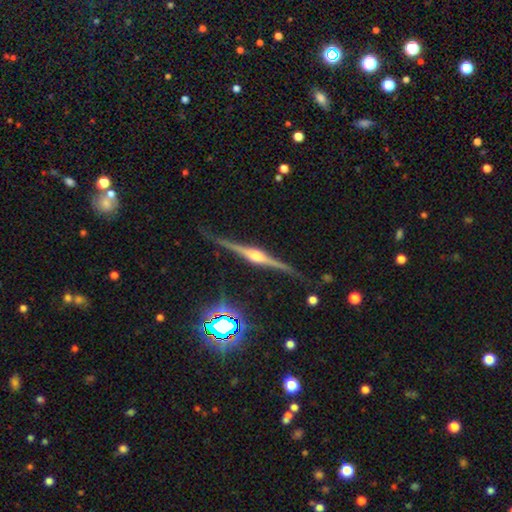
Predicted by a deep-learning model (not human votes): The model was most divided on "merging": none: 87%, minor disturbance: 9%, major disturbance: 2%, merger: 1%. More confident: edge-on disk — yes (98%); edge-on bulge — rounded (90%); smooth or featured — featured or disk (86%).